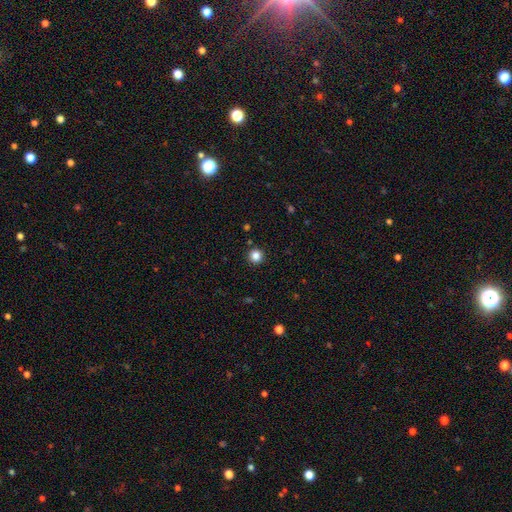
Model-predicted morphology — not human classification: type=smooth (84%); roundness=round (95%); merging=none (92%).